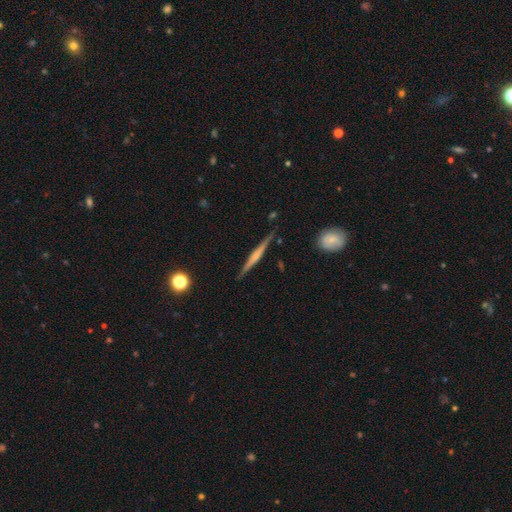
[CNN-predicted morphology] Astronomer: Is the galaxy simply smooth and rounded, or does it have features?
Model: featured or disk — 69%.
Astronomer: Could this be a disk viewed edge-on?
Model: yes — 98%.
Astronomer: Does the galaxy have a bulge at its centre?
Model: rounded — 55%.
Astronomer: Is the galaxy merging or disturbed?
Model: none — 88%.